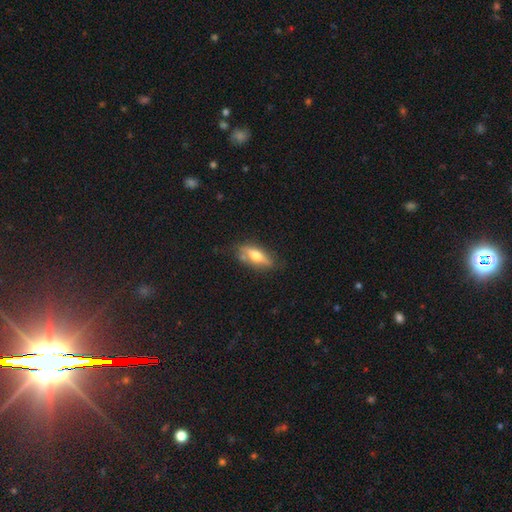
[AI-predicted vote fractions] Morphology: type=featured or disk (47%); merging=none (68%).